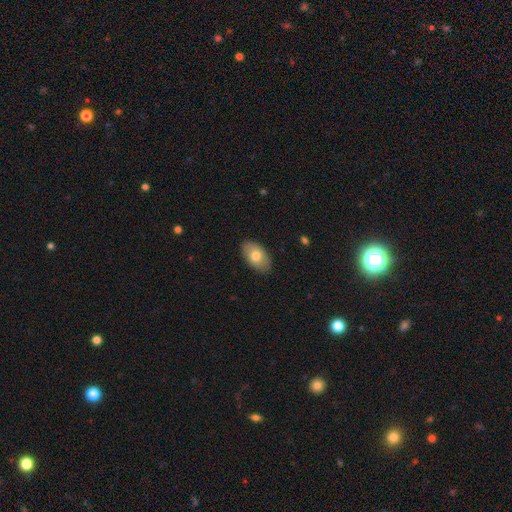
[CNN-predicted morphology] smooth-or-featured: smooth: 76% | featured or disk: 18% | star or artifact: 6%
  how-rounded: in between: 93% | round: 5% | cigar-shaped: 1%
  merging: none: 87% | minor disturbance: 10% | major disturbance: 2% | merger: 1%